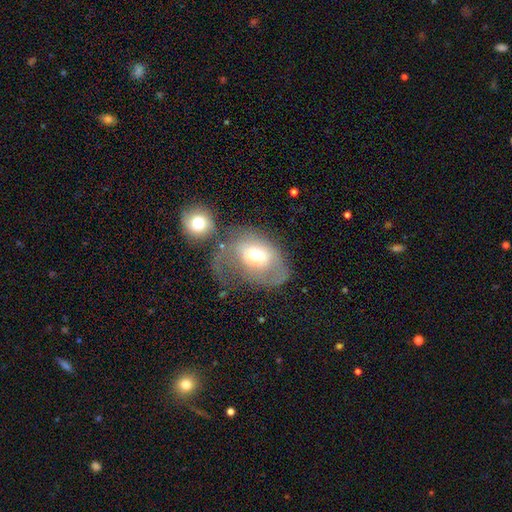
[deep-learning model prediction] smooth_or_featured: smooth (p=0.53) [alt: featured or disk p=0.38]
how_rounded: in between (p=0.66) [alt: round p=0.33]
merging: major disturbance (p=0.33) [alt: none p=0.26]